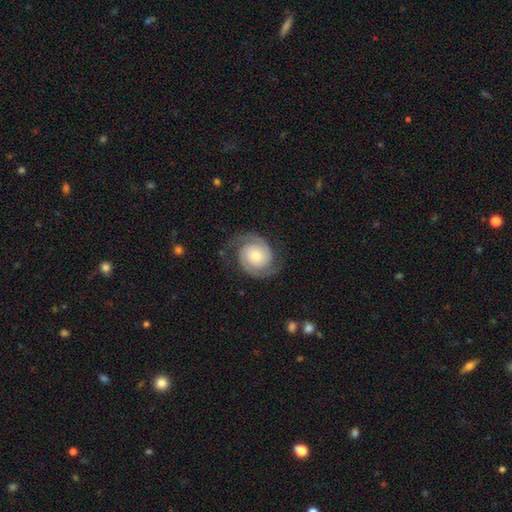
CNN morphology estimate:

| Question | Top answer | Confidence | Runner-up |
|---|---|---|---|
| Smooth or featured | featured or disk | 88% | smooth (7%) |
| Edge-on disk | no | 98% | yes (2%) |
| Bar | no | 74% | weak (20%) |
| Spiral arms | yes | 98% | no (2%) |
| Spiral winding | tight | 55% | medium (37%) |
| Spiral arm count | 2 | 93% | can't tell (2%) |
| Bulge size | moderate | 46% | small (39%) |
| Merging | none | 80% | minor disturbance (13%) |